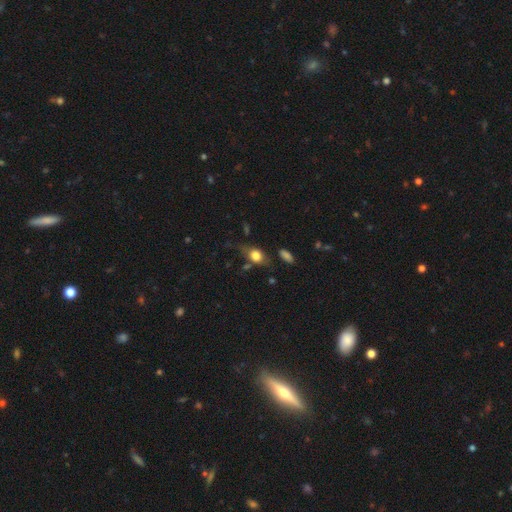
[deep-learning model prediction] smooth 71%, featured or disk 19%, star or artifact 10%. Down the decision tree: how rounded — in between (67%); merging — none (55%).